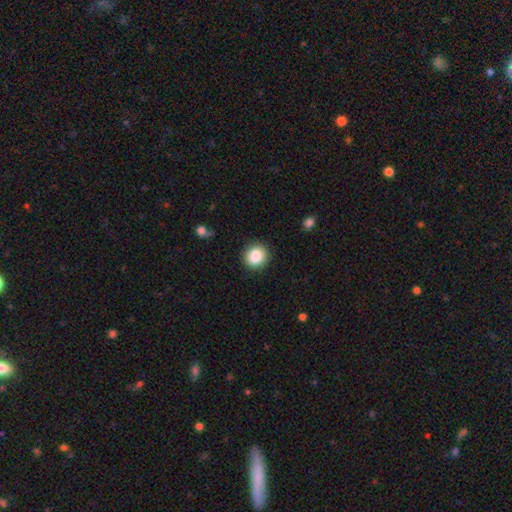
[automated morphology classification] smooth_or_featured: smooth (p=0.86) [alt: star or artifact p=0.09]
how_rounded: round (p=0.82) [alt: in between p=0.17]
merging: none (p=0.87) [alt: minor disturbance p=0.09]